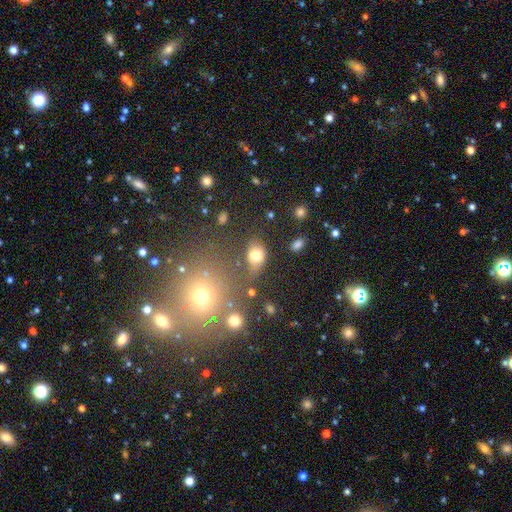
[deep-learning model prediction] This appears to be a smooth galaxy with no disk features (76%) that is in between round and cigar-shaped (60%). Merging: none (51%).